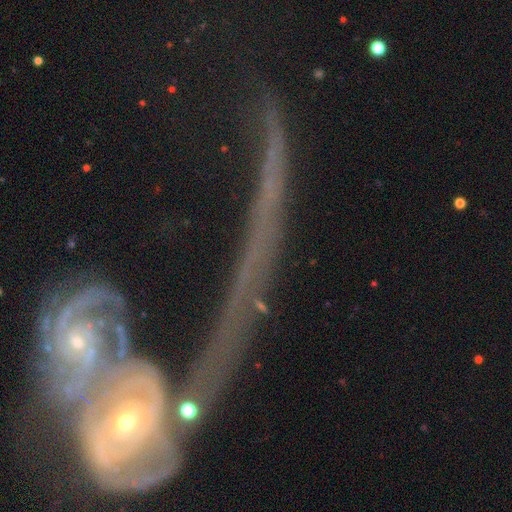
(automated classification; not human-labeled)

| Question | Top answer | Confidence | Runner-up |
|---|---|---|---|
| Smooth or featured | featured or disk | 53% | star or artifact (31%) |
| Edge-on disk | yes | 52% | no (48%) |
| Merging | none | 52% | merger (17%) |